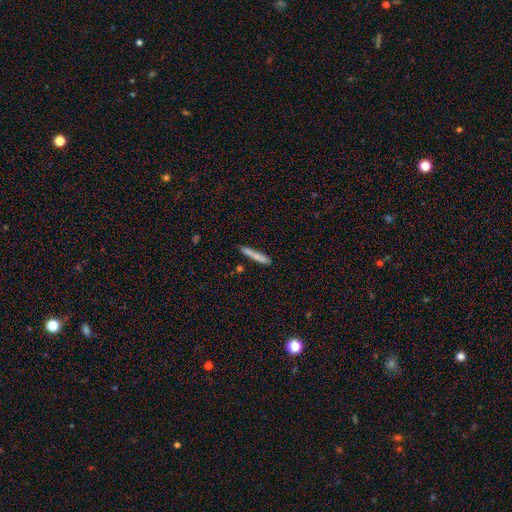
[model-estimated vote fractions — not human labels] Overall: smooth (77%). How rounded: cigar-shaped (94%). Merging: none (79%).